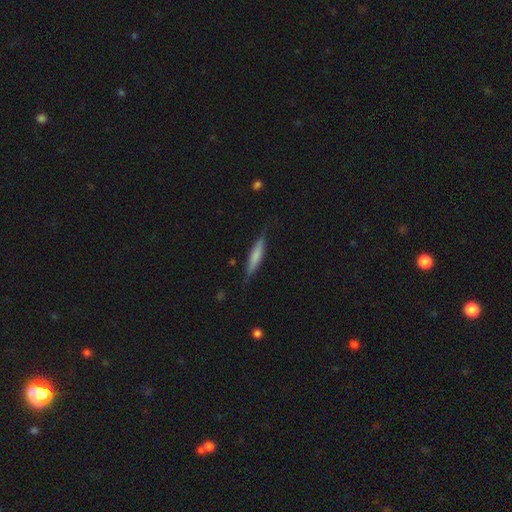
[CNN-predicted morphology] Smooth or featured: smooth — 68% (featured or disk — 26%)
How rounded: cigar-shaped — 85% (in between — 14%)
Merging: none — 78% (minor disturbance — 17%)